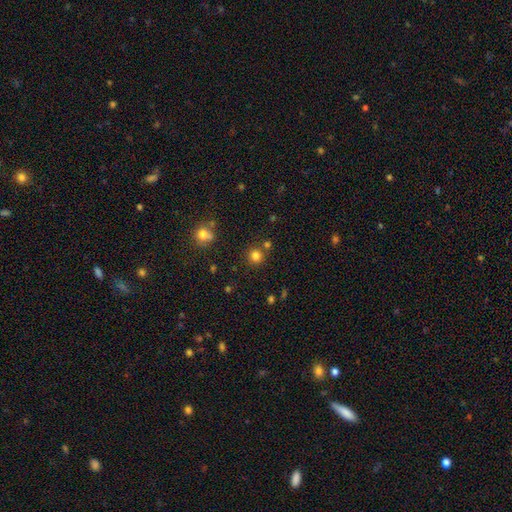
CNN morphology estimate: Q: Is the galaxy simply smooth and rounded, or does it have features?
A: smooth — 79%.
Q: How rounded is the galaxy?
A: round — 92%.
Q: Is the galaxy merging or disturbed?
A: none — 79%.